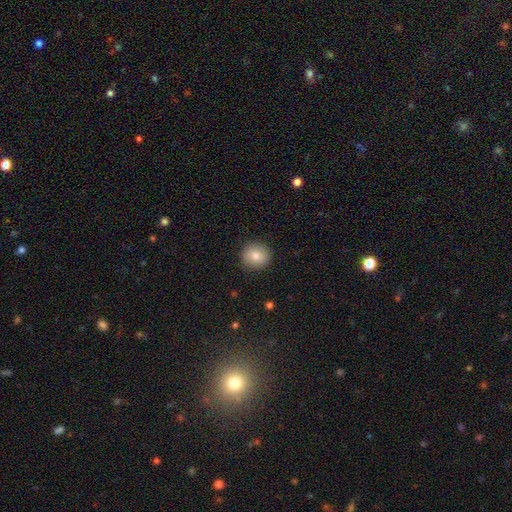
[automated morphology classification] Smooth or featured: smooth — 81% (featured or disk — 9%)
How rounded: round — 90% (in between — 9%)
Merging: none — 90% (minor disturbance — 7%)